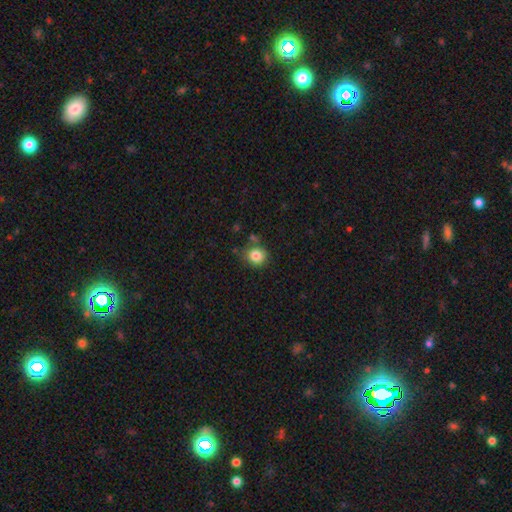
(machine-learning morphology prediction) smooth_or_featured: smooth (p=0.83) [alt: star or artifact p=0.10]
how_rounded: round (p=0.84) [alt: in between p=0.15]
merging: none (p=0.76) [alt: minor disturbance p=0.13]